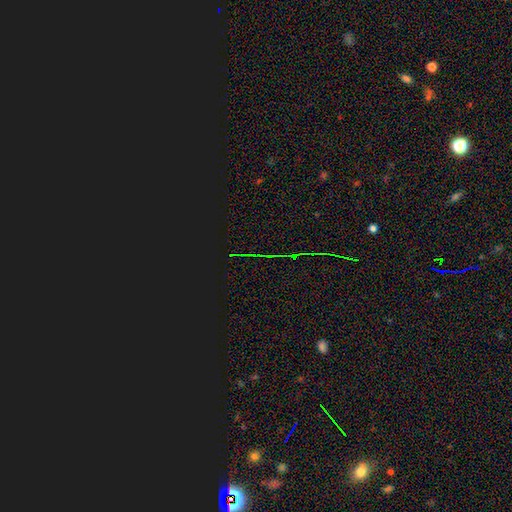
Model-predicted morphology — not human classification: smooth_or_featured: star or artifact (p=0.84) [alt: smooth p=0.10]